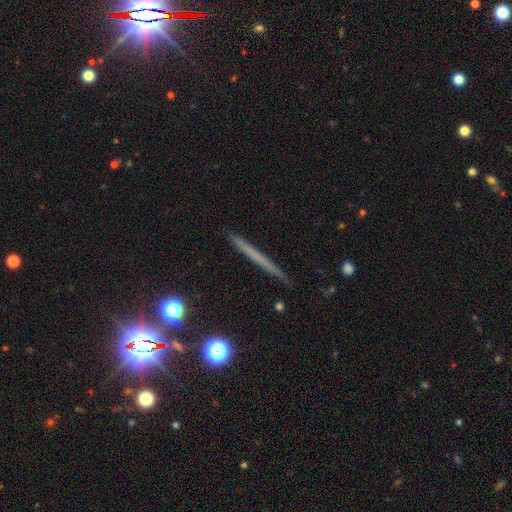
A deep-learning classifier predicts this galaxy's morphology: type=featured or disk (43%); merging=none (90%).